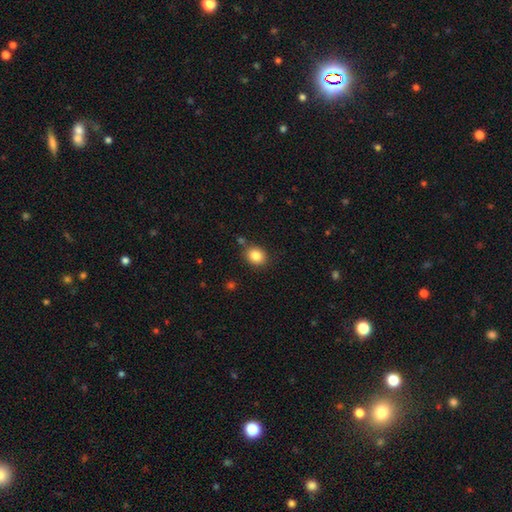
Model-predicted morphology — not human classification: This is clearly a smooth galaxy (85%). How rounded: possibly round (59%). Merging: clearly none (83%).